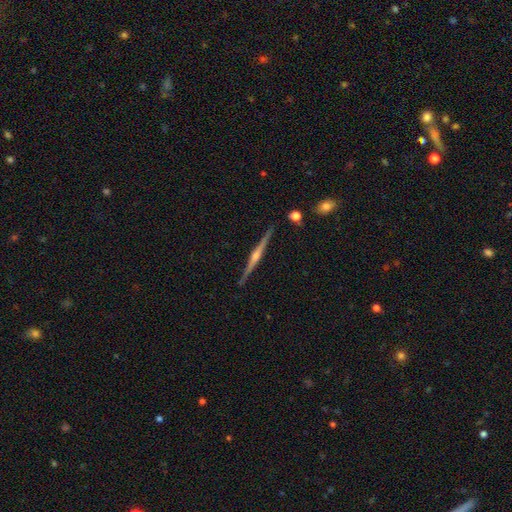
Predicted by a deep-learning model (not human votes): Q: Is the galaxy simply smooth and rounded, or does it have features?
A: featured or disk — 86%.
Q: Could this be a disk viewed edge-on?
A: yes — 99%.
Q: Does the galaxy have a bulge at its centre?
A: rounded — 87%.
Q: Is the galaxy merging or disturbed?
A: none — 91%.